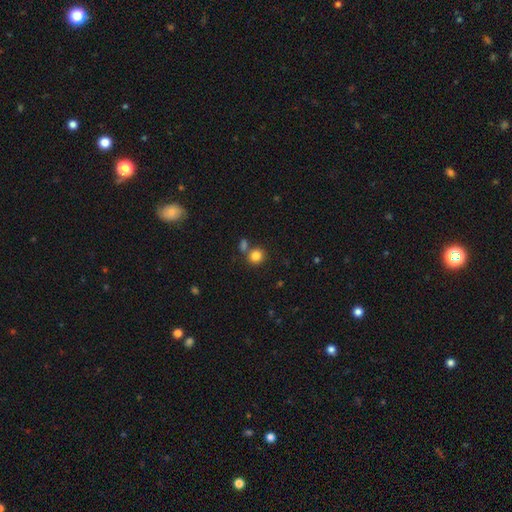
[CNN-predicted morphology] Q: Smooth or featured?
A: smooth (83%); runner-up: star or artifact (11%)
Q: How rounded?
A: round (86%); runner-up: in between (13%)
Q: Merging?
A: none (69%); runner-up: merger (19%)